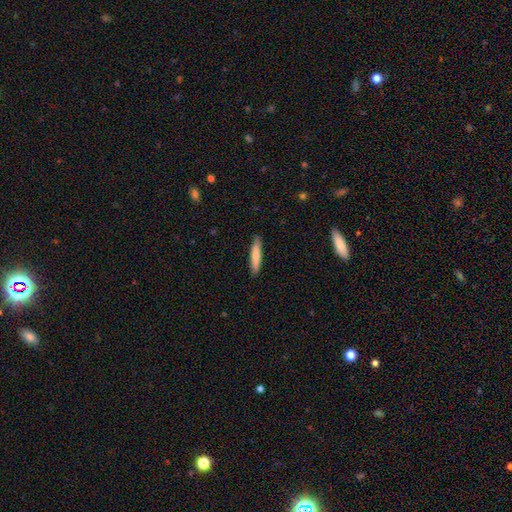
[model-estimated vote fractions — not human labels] Smooth or featured?
  - smooth: 76% *
  - featured or disk: 19%
  - star or artifact: 5%
How rounded?
  - cigar-shaped: 88% *
  - in between: 11%
  - round: 1%
Merging?
  - none: 88% *
  - minor disturbance: 9%
  - major disturbance: 2%
  - merger: 1%